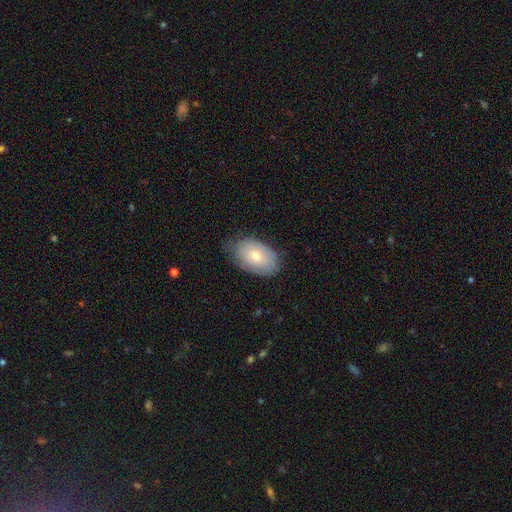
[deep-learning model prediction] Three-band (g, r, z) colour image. It shows a smooth galaxy with no disk features (66%) that is in between round and cigar-shaped (91%). Merging: none (75%).